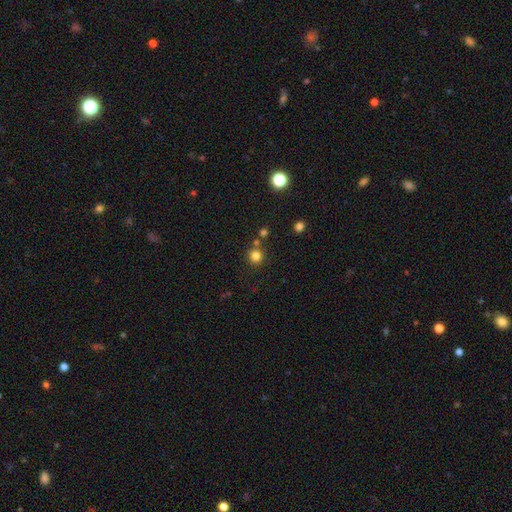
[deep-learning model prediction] Smooth or featured: smooth — 81% (star or artifact — 14%)
How rounded: round — 92% (in between — 7%)
Merging: none — 77% (merger — 12%)